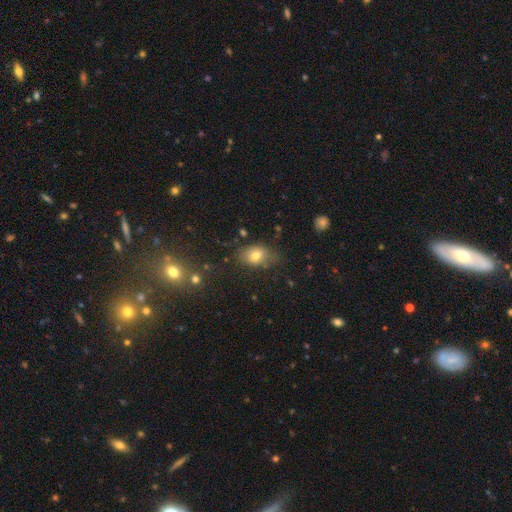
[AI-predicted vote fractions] smooth-or-featured: smooth: 74% | featured or disk: 14% | star or artifact: 12%
  how-rounded: in between: 76% | round: 22% | cigar-shaped: 2%
  merging: none: 66% | minor disturbance: 23% | major disturbance: 8% | merger: 3%